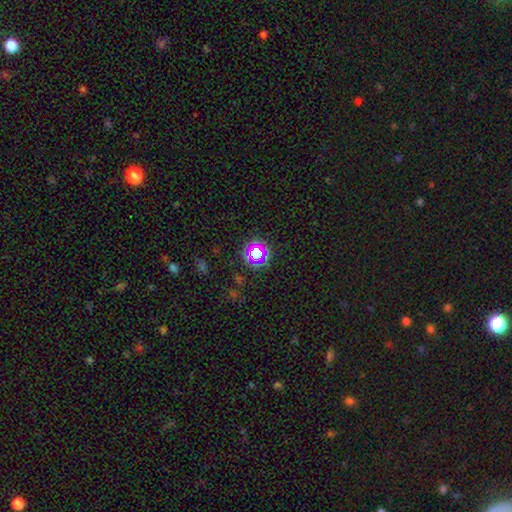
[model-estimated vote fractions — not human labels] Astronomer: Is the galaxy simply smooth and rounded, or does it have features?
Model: star or artifact — 62%.